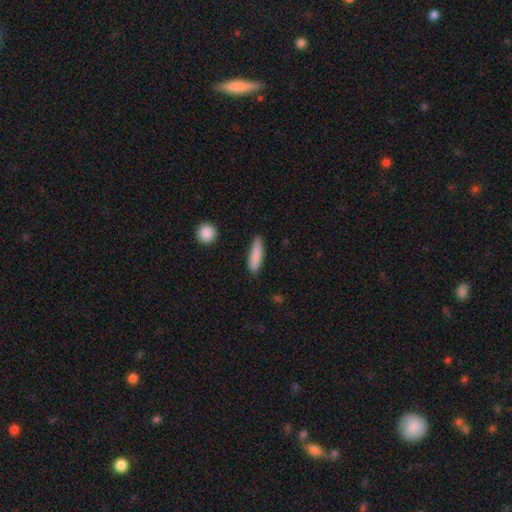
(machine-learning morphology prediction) Smooth or featured? smooth (86%)
How rounded? cigar-shaped (75%)
Merging? none (85%)